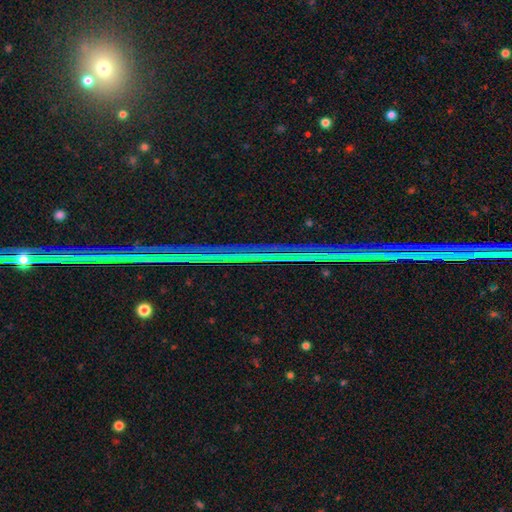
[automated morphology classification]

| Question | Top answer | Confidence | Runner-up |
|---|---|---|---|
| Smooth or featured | star or artifact | 86% | featured or disk (8%) |